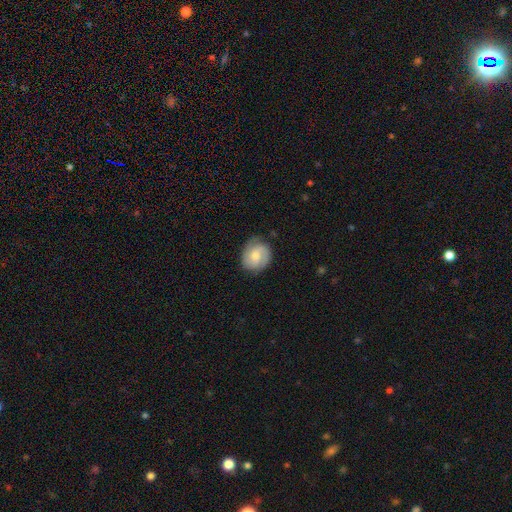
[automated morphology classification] Smooth or featured? Predicted: featured or disk (p=0.50). Edge-on disk? Predicted: no (p=0.97). Merging? Predicted: none (p=0.75).